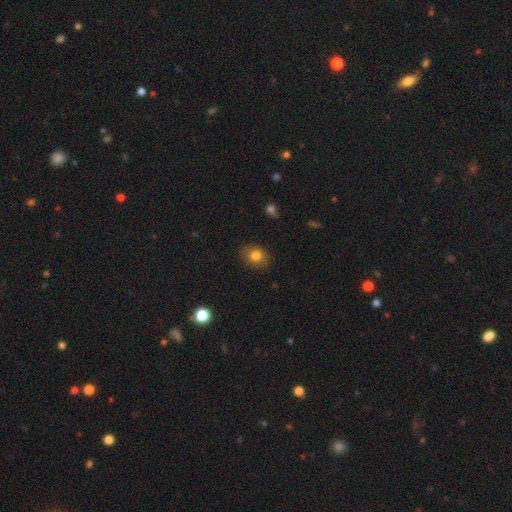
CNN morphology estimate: smooth_or_featured: smooth (p=0.80) [alt: star or artifact p=0.10]
how_rounded: round (p=0.51) [alt: in between p=0.48]
merging: none (p=0.85) [alt: minor disturbance p=0.11]